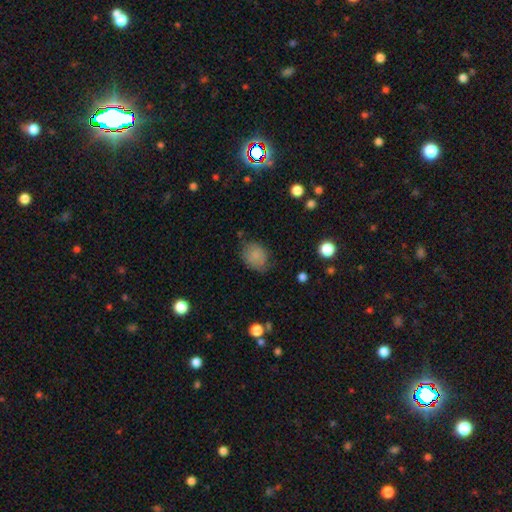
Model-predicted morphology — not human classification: Q: Smooth or featured?
A: smooth (82%); runner-up: star or artifact (9%)
Q: How rounded?
A: in between (51%); runner-up: round (48%)
Q: Merging?
A: none (67%); runner-up: minor disturbance (24%)